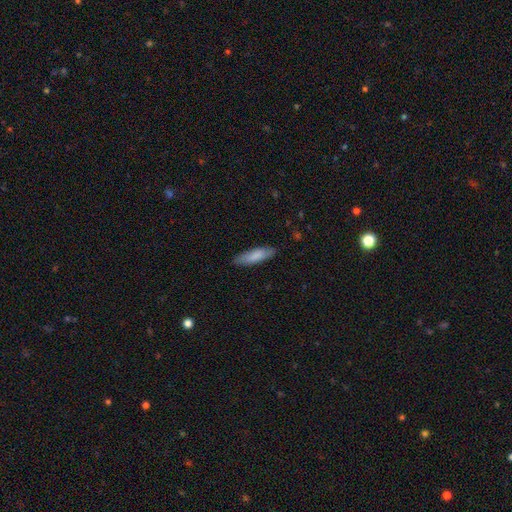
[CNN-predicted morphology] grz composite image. It shows a smooth galaxy with no disk features (82%) that is cigar-shaped (64%). Merging: none (86%).